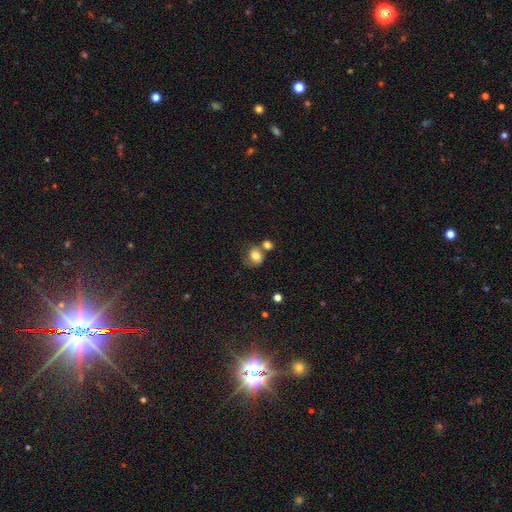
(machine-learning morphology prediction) This appears to be a smooth galaxy with no disk features (78%) that is round (52%). Merging: none (40%).